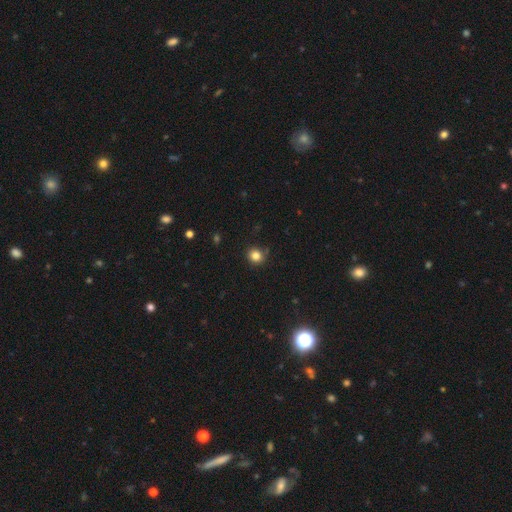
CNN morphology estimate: The model was most divided on "smooth or featured": smooth: 83%, star or artifact: 12%, featured or disk: 5%. More confident: merging — none (86%); how rounded — round (86%).